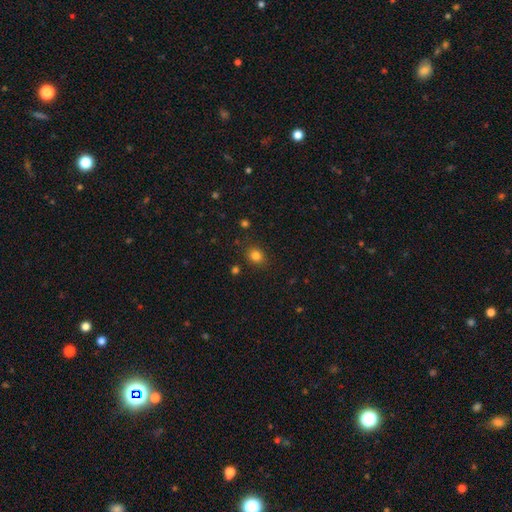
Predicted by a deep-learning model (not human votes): Morphology: type=smooth (82%); roundness=round (67%); merging=none (85%).